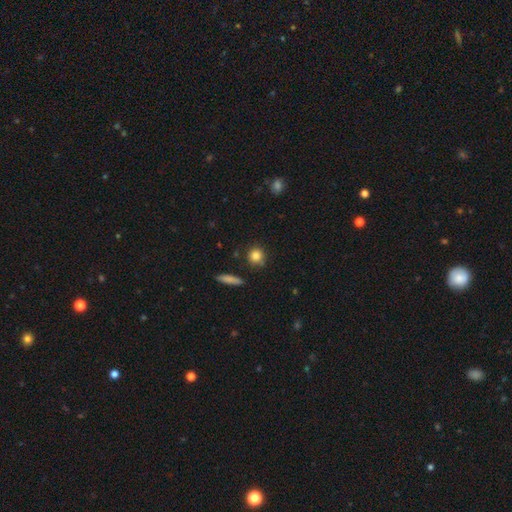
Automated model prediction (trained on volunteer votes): smooth-or-featured: smooth: 83% | star or artifact: 10% | featured or disk: 7%
  how-rounded: round: 88% | in between: 10% | cigar-shaped: 2%
  merging: none: 81% | minor disturbance: 12% | merger: 4% | major disturbance: 3%